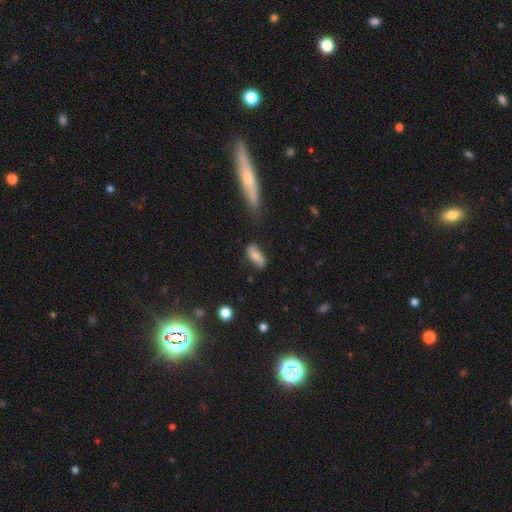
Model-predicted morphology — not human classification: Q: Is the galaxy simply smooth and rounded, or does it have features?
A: smooth — 63%.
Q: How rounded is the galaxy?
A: in between — 83%.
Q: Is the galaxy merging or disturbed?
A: none — 69%.